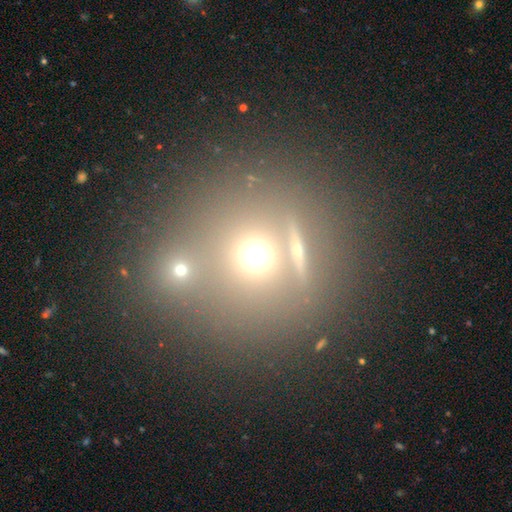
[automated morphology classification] Smooth or featured? Predicted: smooth (p=0.51). How rounded? Predicted: round (p=0.90). Merging? Predicted: none (p=0.63).